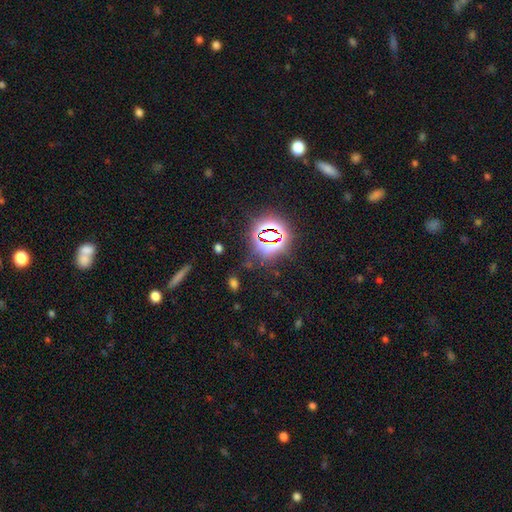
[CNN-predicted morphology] Smooth or featured?
  - star or artifact: 76% *
  - smooth: 14%
  - featured or disk: 10%